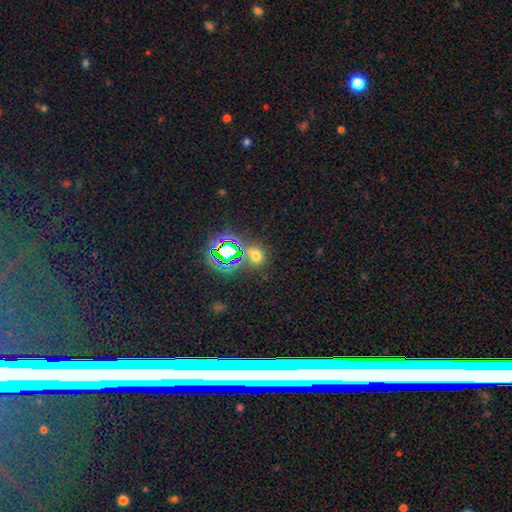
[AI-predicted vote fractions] smooth-or-featured: smooth: 52% | star or artifact: 40% | featured or disk: 8%
  how-rounded: round: 67% | in between: 31% | cigar-shaped: 2%
  merging: none: 70% | merger: 13% | minor disturbance: 12% | major disturbance: 6%